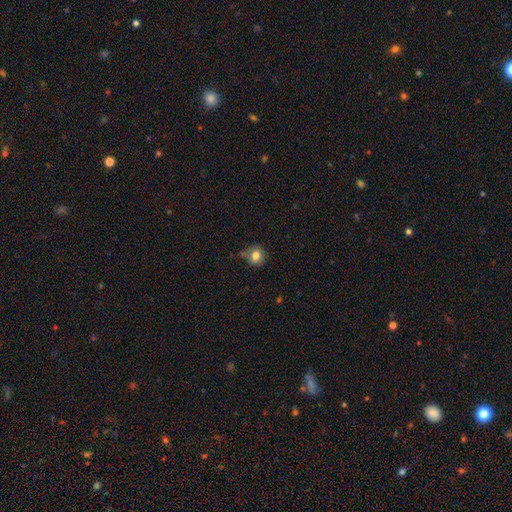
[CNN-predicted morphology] type=smooth (79%); roundness=round (79%); merging=none (62%).